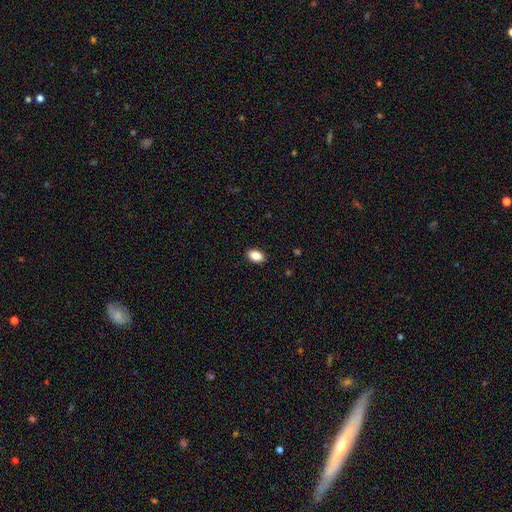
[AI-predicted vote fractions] smooth_or_featured: smooth (p=0.86) [alt: star or artifact p=0.08]
how_rounded: in between (p=0.90) [alt: round p=0.08]
merging: none (p=0.89) [alt: minor disturbance p=0.08]